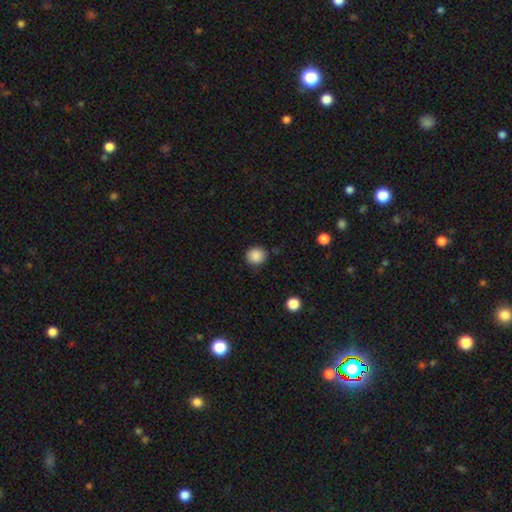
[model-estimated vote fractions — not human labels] Overall: smooth (87%). How rounded: round (88%). Merging: none (84%).